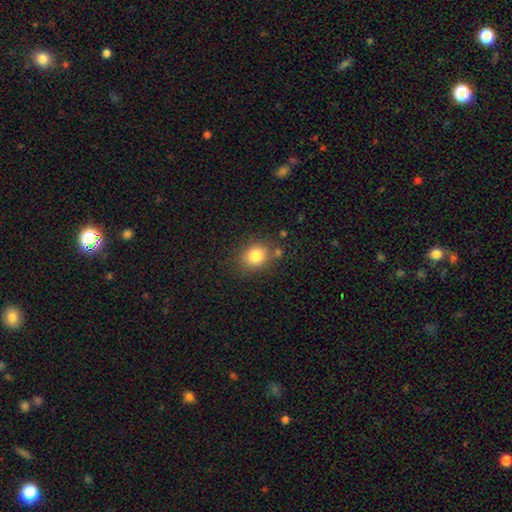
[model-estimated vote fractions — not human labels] This appears to be a smooth galaxy with no disk features (82%) that is round (66%). Merging: none (76%).